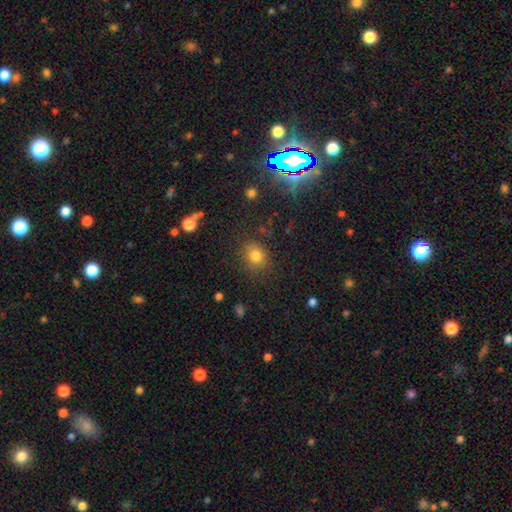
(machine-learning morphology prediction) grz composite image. It shows a smooth galaxy with no disk features (80%) that is round (72%). Merging: none (80%).